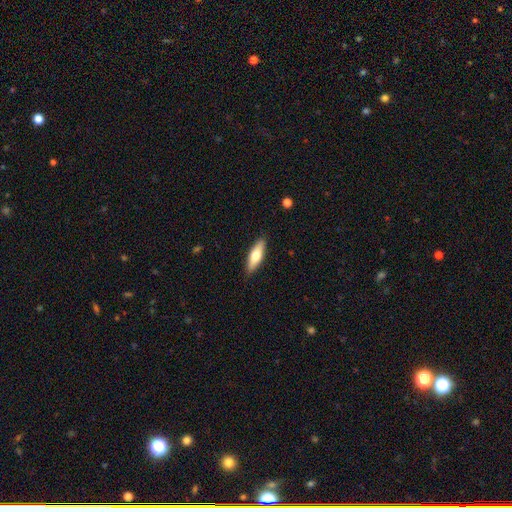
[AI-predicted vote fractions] Q: Smooth or featured?
A: smooth (64%); runner-up: featured or disk (31%)
Q: How rounded?
A: in between (51%); runner-up: cigar-shaped (47%)
Q: Merging?
A: none (88%); runner-up: minor disturbance (9%)